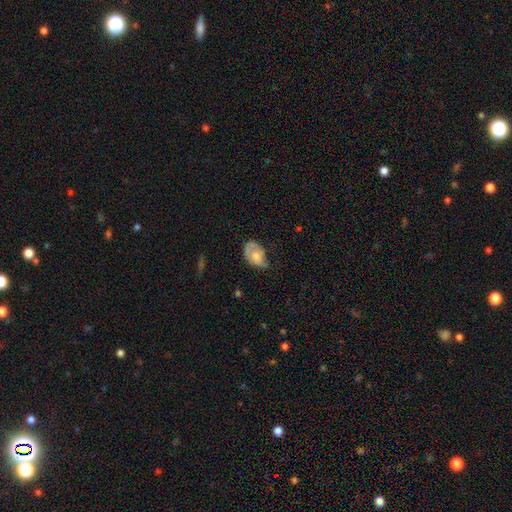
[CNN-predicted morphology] Smooth or featured? smooth (57%)
How rounded? in between (84%)
Merging? minor disturbance (39%)